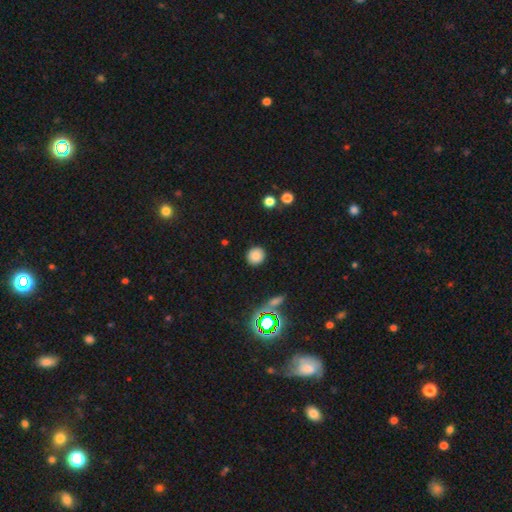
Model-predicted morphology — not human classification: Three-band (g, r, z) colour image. It shows a smooth galaxy with no disk features (80%) that is round (88%). Merging: none (90%).